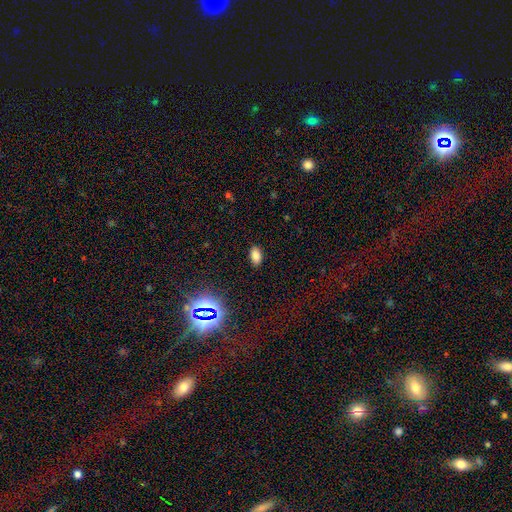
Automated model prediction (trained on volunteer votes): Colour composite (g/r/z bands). It shows a smooth galaxy with no disk features (79%) that is in between round and cigar-shaped (91%). Merging: none (87%).